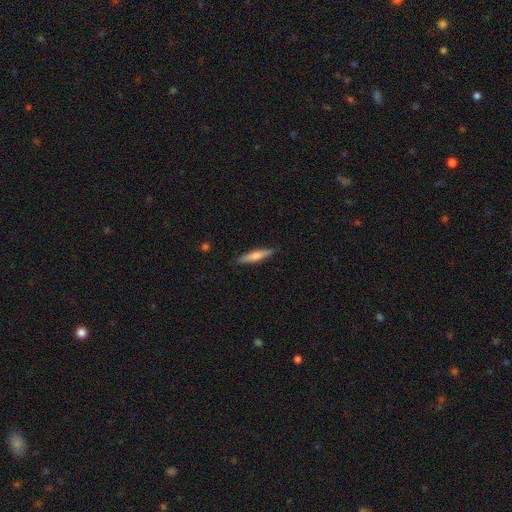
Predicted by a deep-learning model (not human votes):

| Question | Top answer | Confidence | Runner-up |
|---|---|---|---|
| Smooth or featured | smooth | 63% | featured or disk (32%) |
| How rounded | cigar-shaped | 85% | in between (14%) |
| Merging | none | 89% | minor disturbance (8%) |